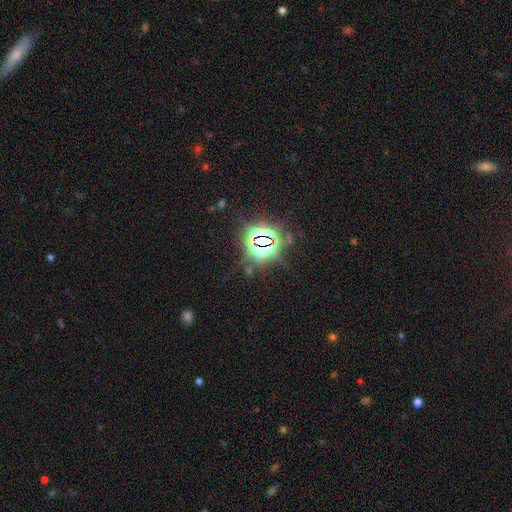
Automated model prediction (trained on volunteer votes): Smooth or featured? Predicted: star or artifact (p=0.84).